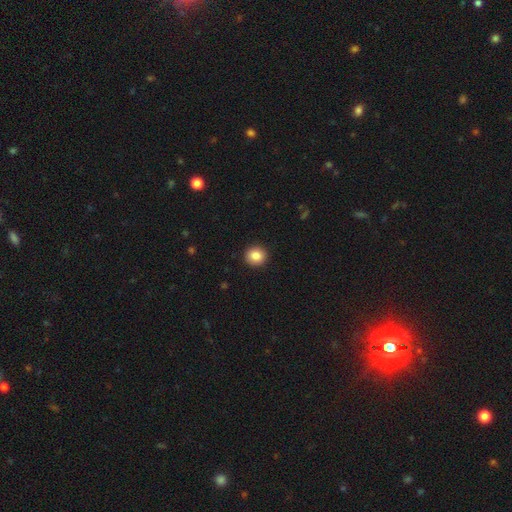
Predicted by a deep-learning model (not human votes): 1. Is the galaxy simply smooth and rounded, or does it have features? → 86% smooth, 9% star or artifact, 5% featured or disk.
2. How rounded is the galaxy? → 89% round, 10% in between, 1% cigar-shaped.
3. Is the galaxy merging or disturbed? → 92% none, 5% minor disturbance, 2% major disturbance, 1% merger.